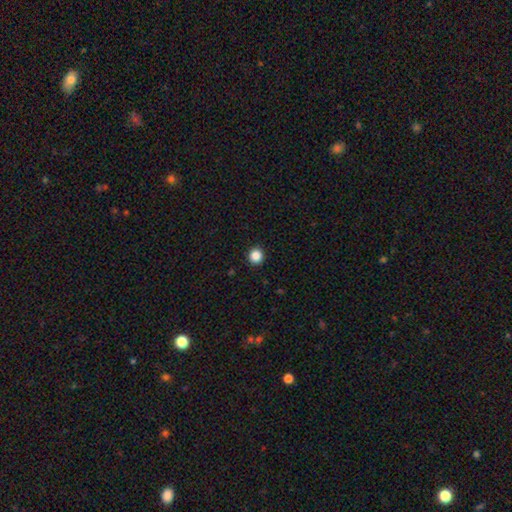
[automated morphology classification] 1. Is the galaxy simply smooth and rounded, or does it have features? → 87% smooth, 11% star or artifact, 3% featured or disk.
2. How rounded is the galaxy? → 94% round, 5% in between, 1% cigar-shaped.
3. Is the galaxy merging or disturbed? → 93% none, 4% minor disturbance, 2% major disturbance, 1% merger.